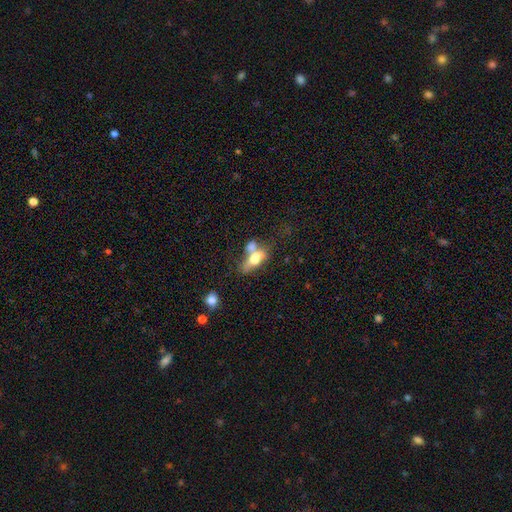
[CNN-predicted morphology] Overall: smooth (57%; featured or disk 34%). How rounded: in between (72%). Merging: merger (55%; none 23%).